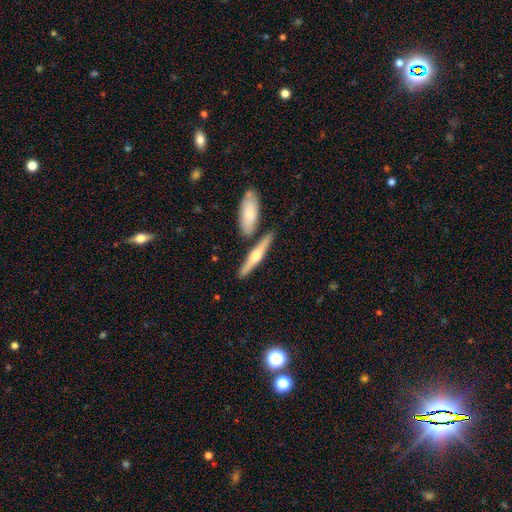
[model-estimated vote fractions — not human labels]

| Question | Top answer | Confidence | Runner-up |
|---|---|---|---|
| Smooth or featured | featured or disk | 59% | smooth (36%) |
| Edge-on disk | yes | 96% | no (4%) |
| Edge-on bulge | rounded | 92% | none (4%) |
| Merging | none | 77% | merger (12%) |